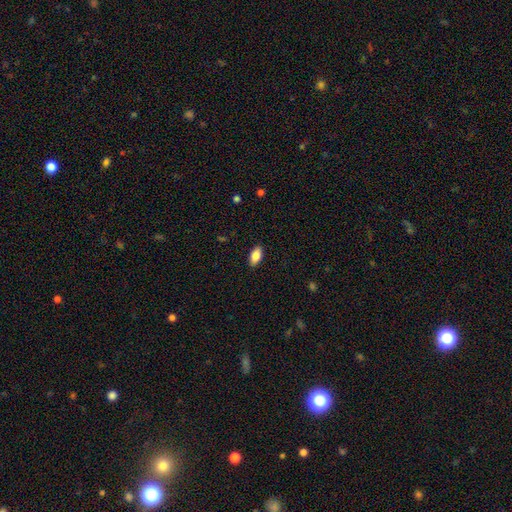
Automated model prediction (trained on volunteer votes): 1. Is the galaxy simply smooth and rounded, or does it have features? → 84% smooth, 9% featured or disk, 7% star or artifact.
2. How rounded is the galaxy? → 91% in between, 6% cigar-shaped, 3% round.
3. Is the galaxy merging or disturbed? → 89% none, 8% minor disturbance, 2% major disturbance, 1% merger.